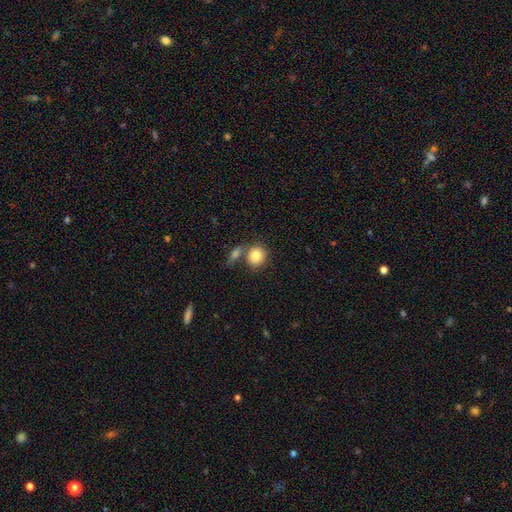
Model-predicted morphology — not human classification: A smooth galaxy with no disk features (84%) that is round (75%).

Vote fractions:
- Smooth or featured? smooth: 84% / featured or disk: 8% / star or artifact: 8%
- How rounded? round: 75% / in between: 24% / cigar-shaped: 1%
- Merging? none: 56% / merger: 29% / minor disturbance: 10% / major disturbance: 4%